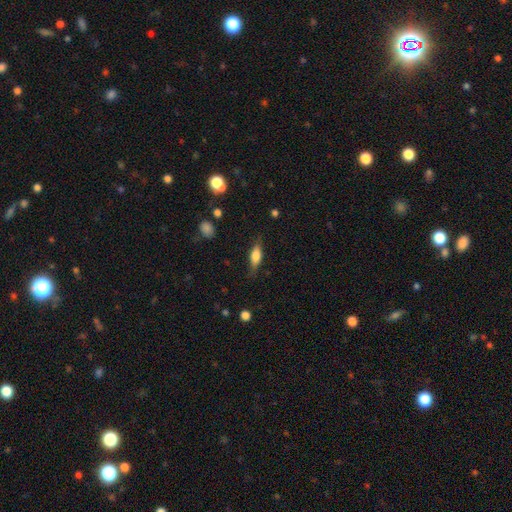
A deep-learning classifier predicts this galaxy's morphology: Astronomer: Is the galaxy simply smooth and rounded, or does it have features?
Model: smooth — 66%.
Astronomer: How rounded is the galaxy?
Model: in between — 66%.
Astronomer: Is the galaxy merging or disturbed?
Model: none — 75%.